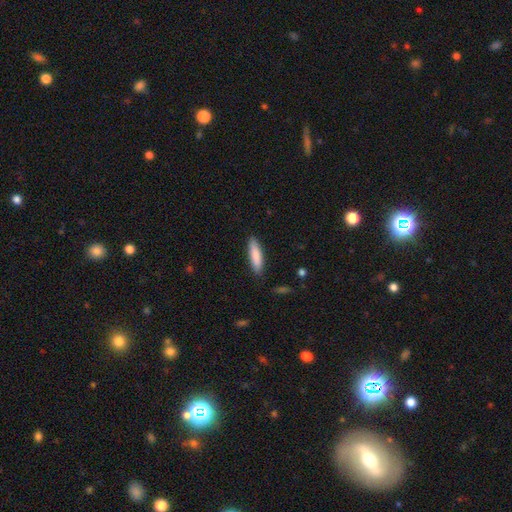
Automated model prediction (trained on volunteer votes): A smooth galaxy with no disk features (85%) that is cigar-shaped (71%). Merging: none (87%).